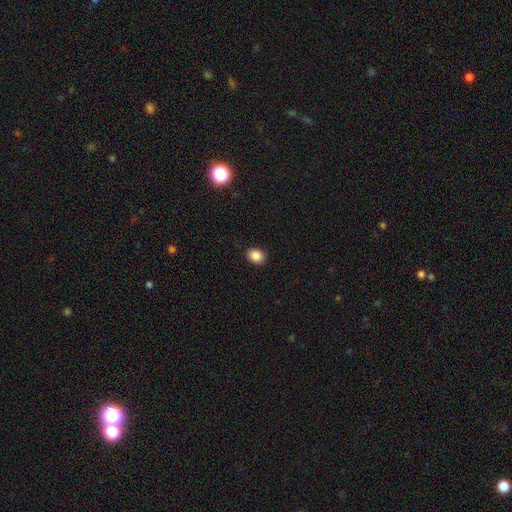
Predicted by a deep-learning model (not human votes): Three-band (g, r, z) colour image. It shows a smooth galaxy with no disk features (88%) that is in between round and cigar-shaped (58%). Merging: none (91%).